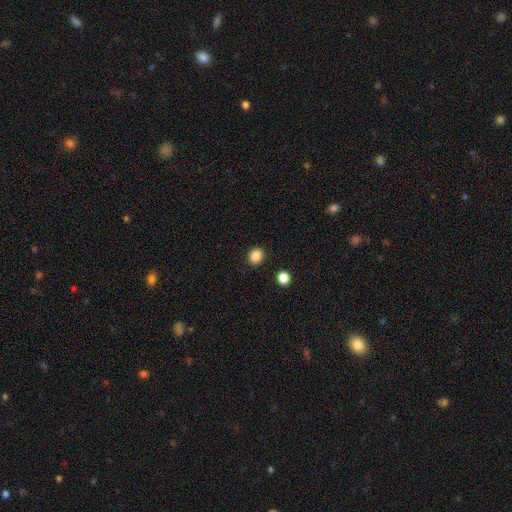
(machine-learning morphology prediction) This is clearly a smooth galaxy (87%). How rounded: likely round (69%). Merging: clearly none (89%).